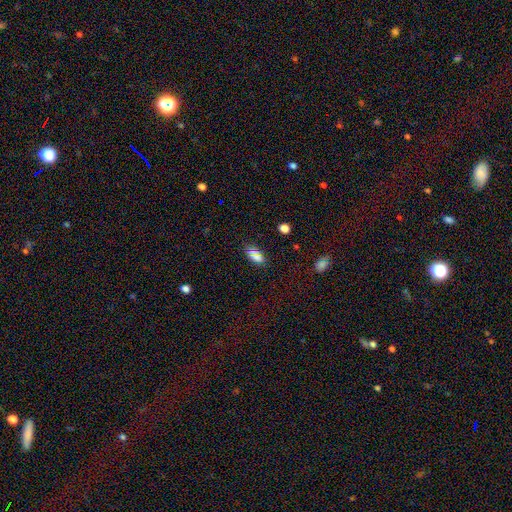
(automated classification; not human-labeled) This is likely a smooth galaxy (65%). How rounded: likely in between (79%). Merging: clearly none (82%).